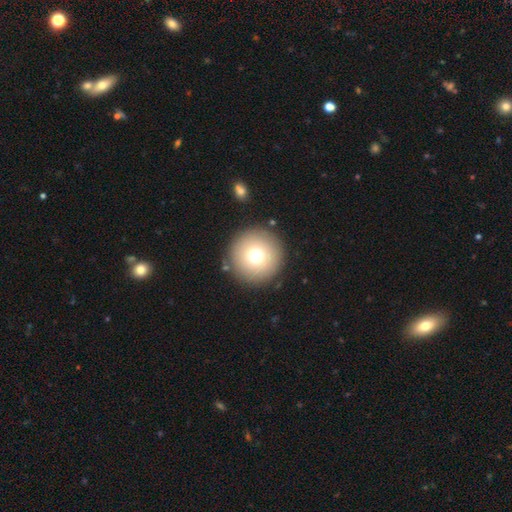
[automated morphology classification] Smooth or featured?
  - smooth: 74% *
  - featured or disk: 14%
  - star or artifact: 12%
How rounded?
  - round: 97% *
  - in between: 2%
  - cigar-shaped: 1%
Merging?
  - none: 89% *
  - minor disturbance: 6%
  - major disturbance: 3%
  - merger: 3%